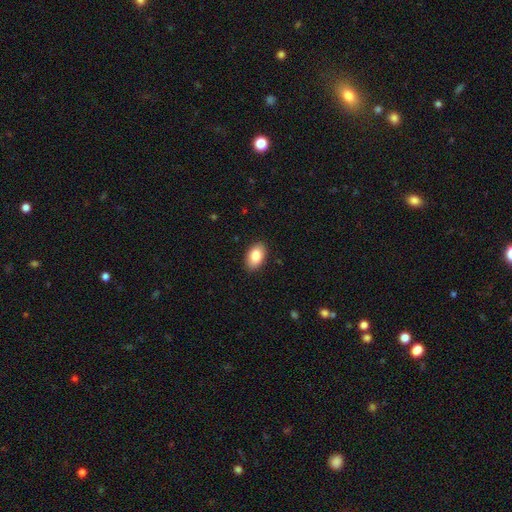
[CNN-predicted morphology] Smooth or featured?
  - smooth: 86% *
  - featured or disk: 7%
  - star or artifact: 7%
How rounded?
  - in between: 93% *
  - round: 6%
  - cigar-shaped: 1%
Merging?
  - none: 88% *
  - minor disturbance: 9%
  - major disturbance: 2%
  - merger: 1%